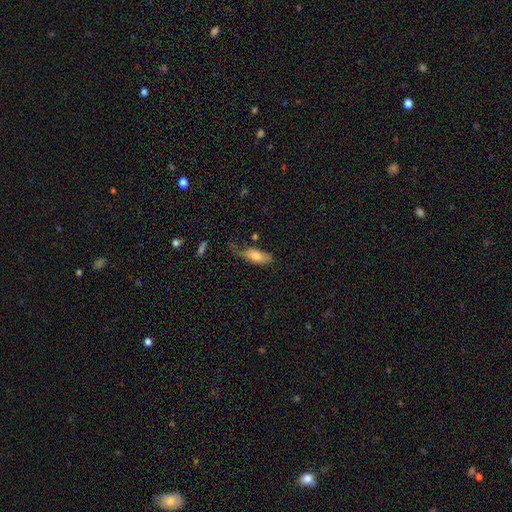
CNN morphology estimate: type=smooth (75%); roundness=in between (82%); merging=none (44%).